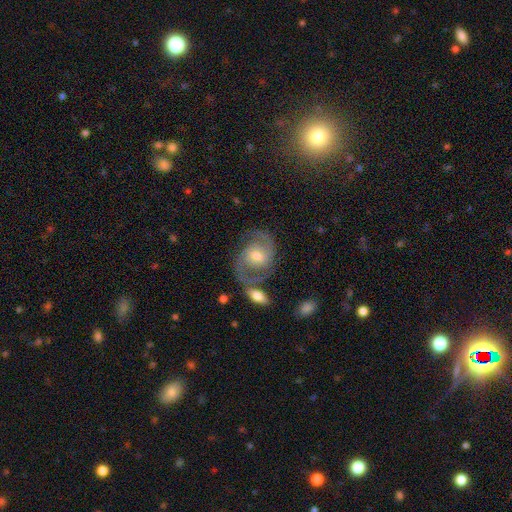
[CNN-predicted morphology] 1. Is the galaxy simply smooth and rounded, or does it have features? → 84% featured or disk, 9% smooth, 7% star or artifact.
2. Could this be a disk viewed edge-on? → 97% no, 3% yes.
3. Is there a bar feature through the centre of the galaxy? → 49% no, 40% weak, 12% strong.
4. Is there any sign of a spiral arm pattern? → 96% yes, 4% no.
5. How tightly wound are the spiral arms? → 56% medium, 28% tight, 15% loose.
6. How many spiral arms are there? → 91% 2, 4% can't tell, 2% 3, 1% 1, 1% 4, 1% more than 4.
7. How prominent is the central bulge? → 60% moderate, 31% small, 6% large, 2% none, 1% dominant.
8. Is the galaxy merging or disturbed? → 67% none, 14% merger, 13% minor disturbance, 7% major disturbance.